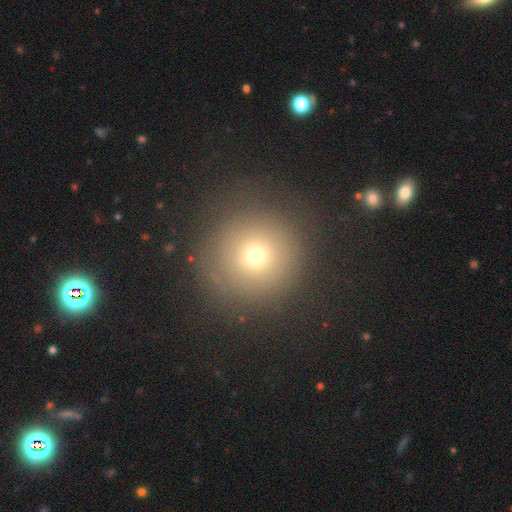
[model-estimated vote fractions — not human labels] A smooth galaxy with no disk features (70%) that is round (95%). Merging: none (85%).